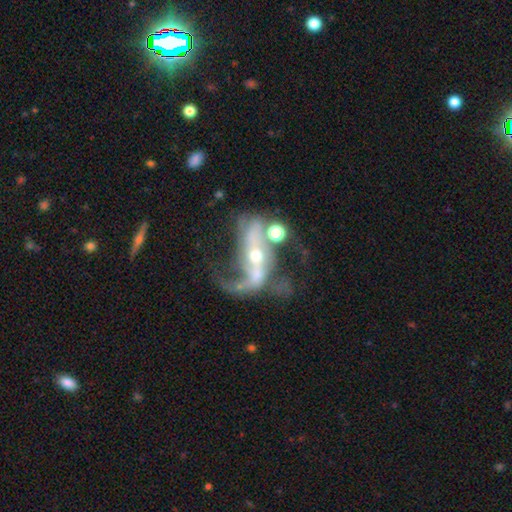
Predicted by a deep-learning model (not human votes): Smooth or featured?
  - featured or disk: 85% *
  - star or artifact: 8%
  - smooth: 7%
Edge-on disk?
  - no: 94% *
  - yes: 6%
Bar?
  - strong: 45% *
  - no: 31%
  - weak: 24%
Spiral arms?
  - yes: 89% *
  - no: 11%
Spiral winding?
  - loose: 70% *
  - medium: 24%
  - tight: 6%
Spiral arm count?
  - 2: 80% *
  - 1: 11%
  - can't tell: 5%
  - 3: 2%
  - 4: 1%
  - more than 4: 1%
Bulge size?
  - small: 58% *
  - moderate: 37%
  - large: 2%
  - none: 2%
  - dominant: 1%
Merging?
  - none: 36% *
  - major disturbance: 29%
  - merger: 20%
  - minor disturbance: 15%